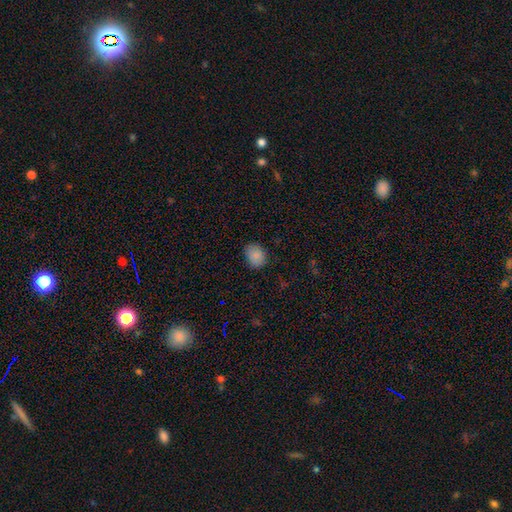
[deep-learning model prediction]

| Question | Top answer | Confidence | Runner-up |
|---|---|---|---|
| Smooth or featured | smooth | 87% | star or artifact (9%) |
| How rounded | in between | 55% | round (44%) |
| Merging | none | 81% | minor disturbance (15%) |